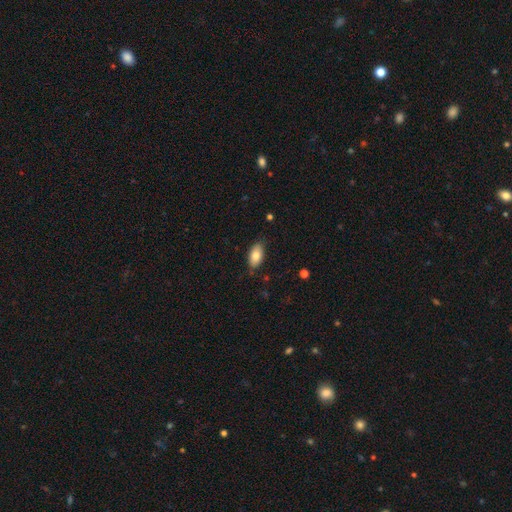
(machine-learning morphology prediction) Smooth or featured? Predicted: smooth (p=0.82). How rounded? Predicted: in between (p=0.93). Merging? Predicted: none (p=0.81).